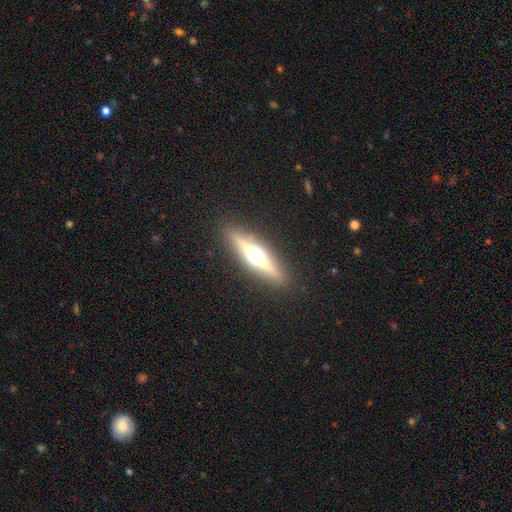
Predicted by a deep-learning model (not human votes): This is likely a featured or disk galaxy (70%). It is clearly viewed edge-on (95%). Edge-on bulge: clearly rounded (95%). Merging: clearly none (89%).